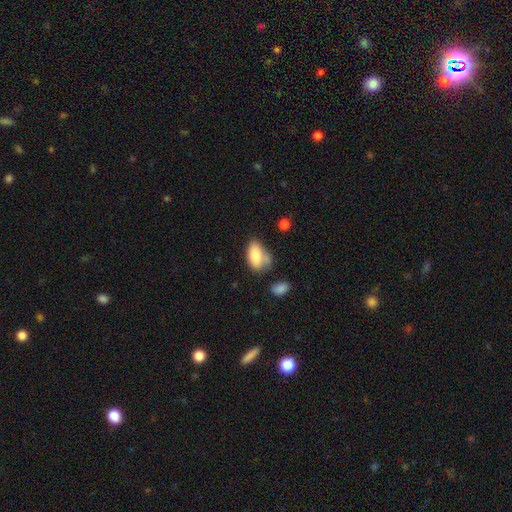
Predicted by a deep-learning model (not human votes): A smooth galaxy with no disk features (80%) that is in between round and cigar-shaped (91%).

Vote fractions:
- Smooth or featured? smooth: 80% / featured or disk: 13% / star or artifact: 8%
- How rounded? in between: 91% / round: 6% / cigar-shaped: 3%
- Merging? none: 43% / minor disturbance: 29% / merger: 17% / major disturbance: 11%